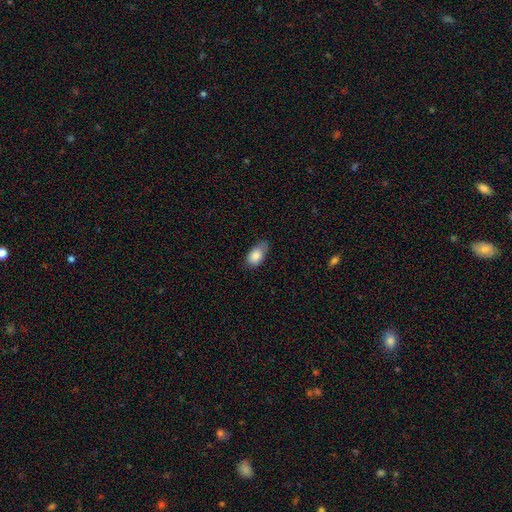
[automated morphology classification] smooth_or_featured: smooth (p=0.85) [alt: star or artifact p=0.07]
how_rounded: in between (p=0.89) [alt: round p=0.09]
merging: none (p=0.54) [alt: minor disturbance p=0.36]